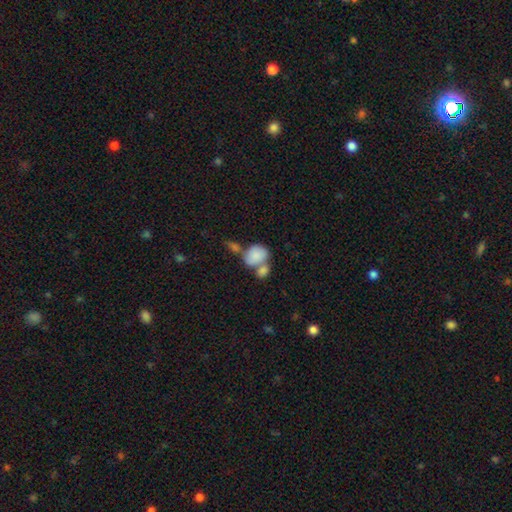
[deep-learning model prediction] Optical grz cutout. It shows a smooth galaxy with no disk features (81%) that is in between round and cigar-shaped (60%). Merging: merger (56%).